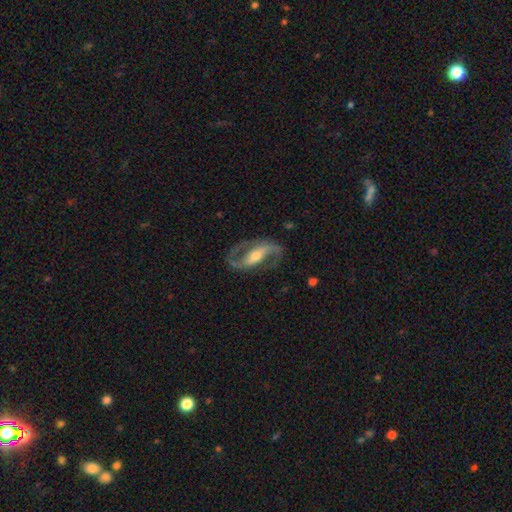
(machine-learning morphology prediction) type=featured or disk (88%); edge-on=no (94%); bar=strong (52%); spiral arms=yes (94%); winding=medium (48%); arm count=2 (92%); bulge=moderate (57%); merging=none (78%).